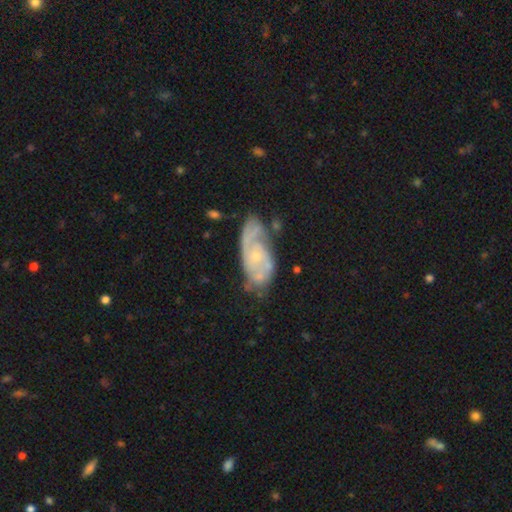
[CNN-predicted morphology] featured or disk 80%, smooth 14%, star or artifact 6%. Down the decision tree: edge-on disk — no (95%); bar — no (69%); spiral arms — yes (92%); spiral arm count — 2 (60%); spiral winding — tight (47%); bulge size — small (70%); merging — none (56%).